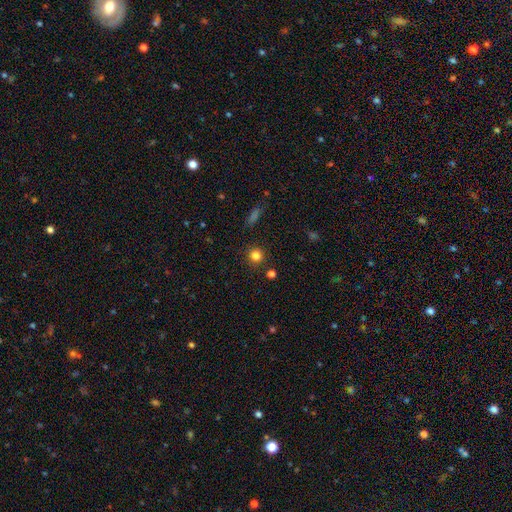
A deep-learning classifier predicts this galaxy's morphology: Smooth or featured? smooth (81%)
How rounded? round (93%)
Merging? none (89%)